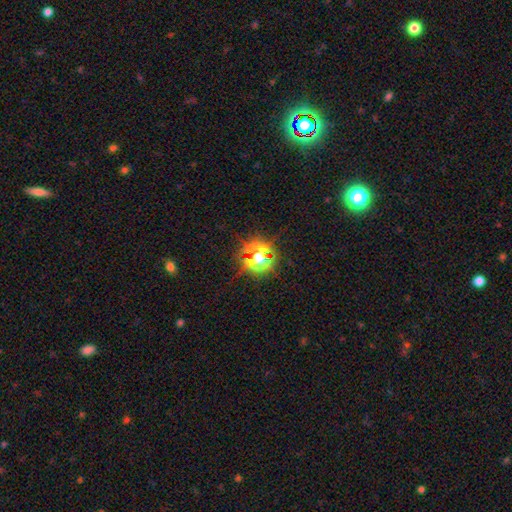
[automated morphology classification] smooth-or-featured: star or artifact: 50% | smooth: 40% | featured or disk: 11%